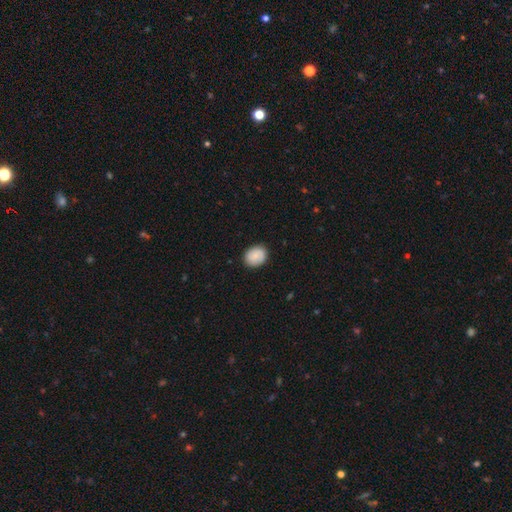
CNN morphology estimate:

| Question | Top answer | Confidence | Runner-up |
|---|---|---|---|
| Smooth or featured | smooth | 82% | featured or disk (11%) |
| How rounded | round | 53% | in between (46%) |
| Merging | none | 86% | minor disturbance (11%) |